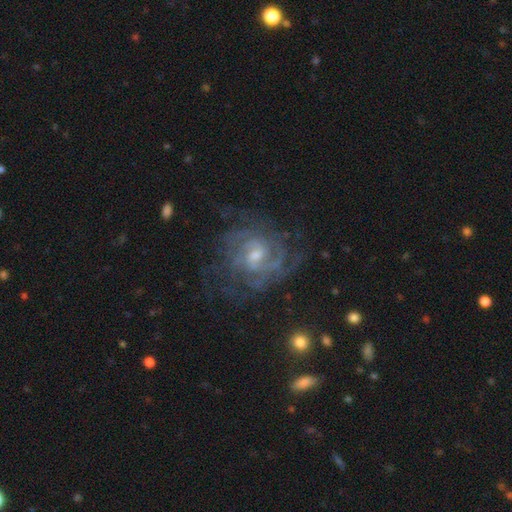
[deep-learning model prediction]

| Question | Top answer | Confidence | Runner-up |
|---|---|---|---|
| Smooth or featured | featured or disk | 86% | star or artifact (7%) |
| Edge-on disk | no | 97% | yes (3%) |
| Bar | weak | 50% | no (39%) |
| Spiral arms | yes | 95% | no (5%) |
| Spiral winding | tight | 54% | medium (37%) |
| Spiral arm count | can't tell | 34% | 2 (24%) |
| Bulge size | small | 55% | moderate (39%) |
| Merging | none | 70% | minor disturbance (17%) |